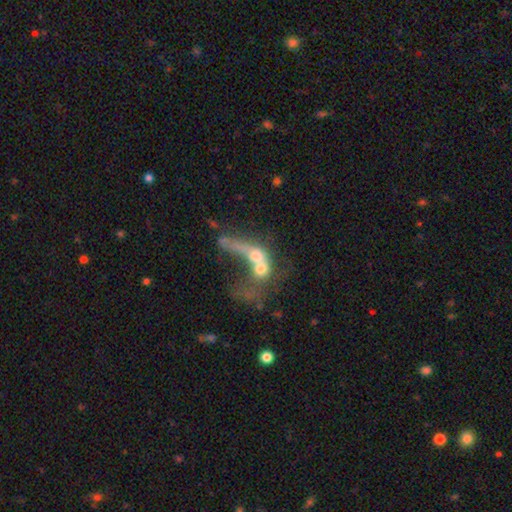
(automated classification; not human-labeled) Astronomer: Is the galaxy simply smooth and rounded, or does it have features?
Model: smooth — 47% (runner-up: featured or disk, 41%).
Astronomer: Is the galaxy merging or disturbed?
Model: merger — 70%.